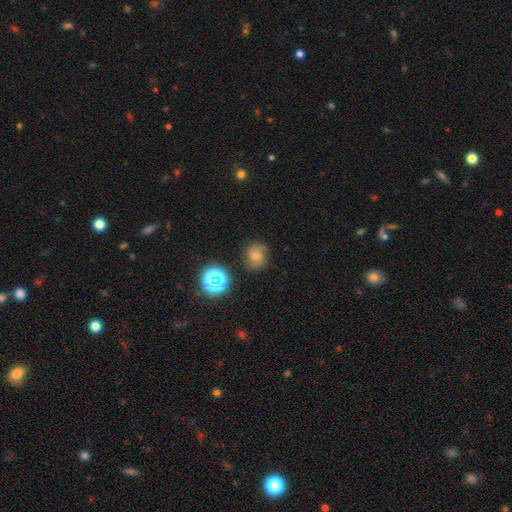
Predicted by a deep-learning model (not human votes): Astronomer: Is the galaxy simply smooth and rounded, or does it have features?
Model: smooth — 57%.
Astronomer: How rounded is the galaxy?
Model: round — 79%.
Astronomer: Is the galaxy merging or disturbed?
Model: none — 73%.